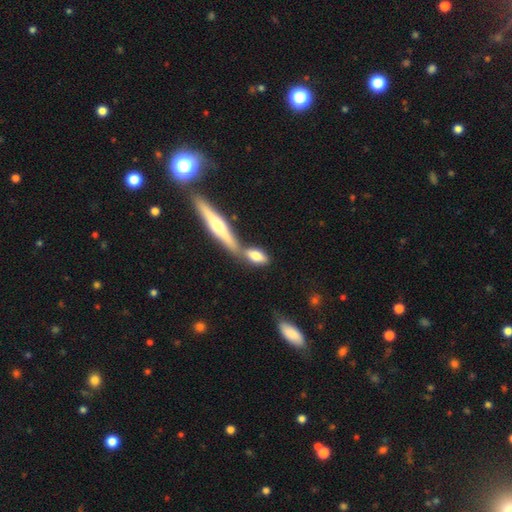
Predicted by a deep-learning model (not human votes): Smooth or featured? Predicted: smooth (p=0.72). How rounded? Predicted: in between (p=0.73). Merging? Predicted: none (p=0.48).